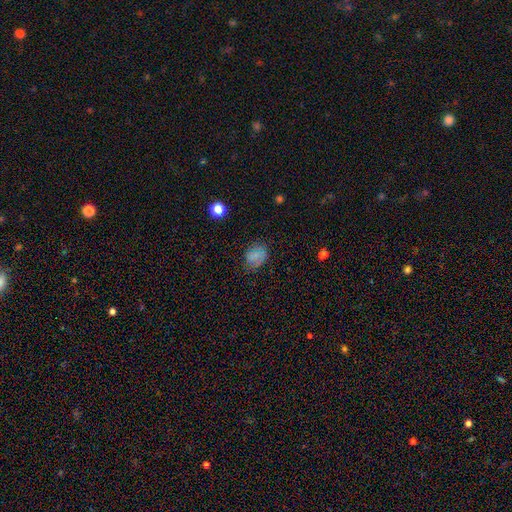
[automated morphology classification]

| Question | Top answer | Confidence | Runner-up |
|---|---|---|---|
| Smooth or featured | smooth | 73% | star or artifact (14%) |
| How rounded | in between | 53% | round (45%) |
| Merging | none | 68% | minor disturbance (22%) |